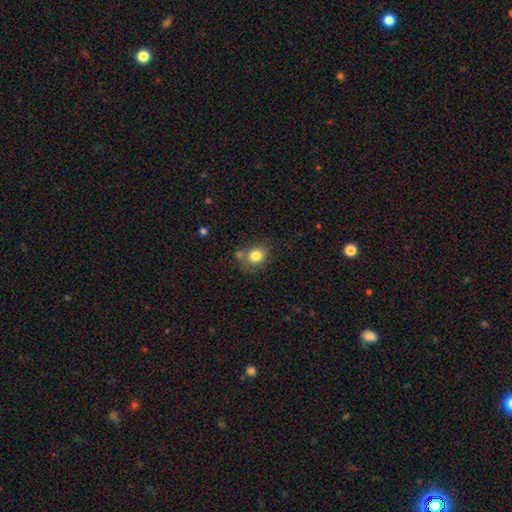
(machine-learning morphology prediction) This is clearly a smooth galaxy (81%). How rounded: likely round (64%). Merging: likely none (63%).